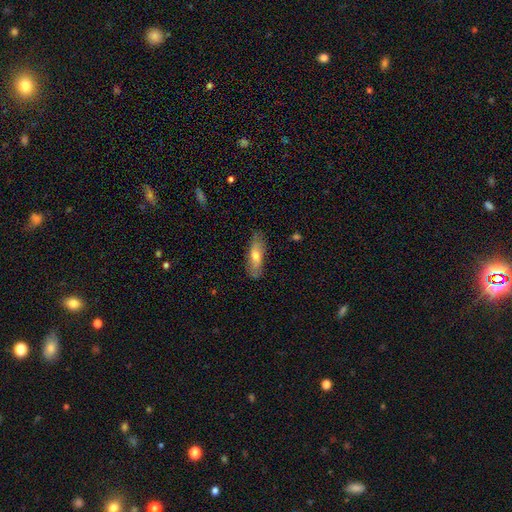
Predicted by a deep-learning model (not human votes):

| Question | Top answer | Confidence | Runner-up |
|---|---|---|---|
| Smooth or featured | smooth | 63% | featured or disk (31%) |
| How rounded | in between | 58% | cigar-shaped (39%) |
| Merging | none | 79% | minor disturbance (16%) |